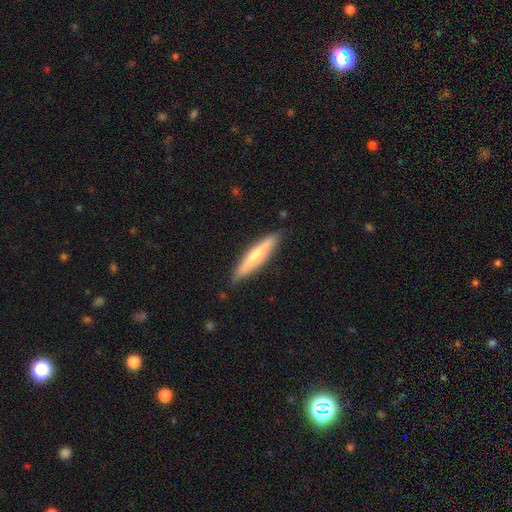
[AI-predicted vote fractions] Q: Smooth or featured?
A: smooth (58%); runner-up: featured or disk (36%)
Q: How rounded?
A: cigar-shaped (88%); runner-up: in between (11%)
Q: Merging?
A: none (85%); runner-up: minor disturbance (12%)